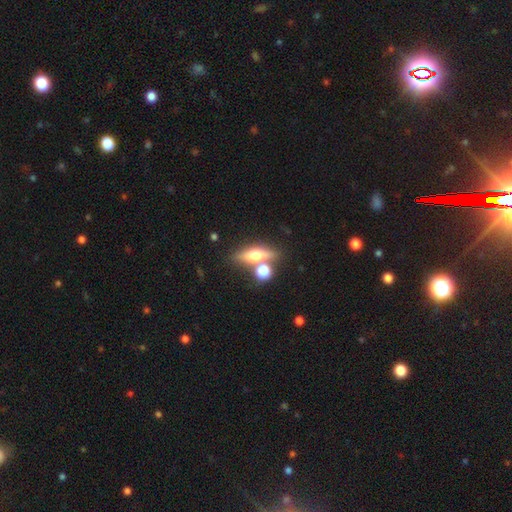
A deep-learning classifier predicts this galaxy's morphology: This appears to be a smooth galaxy with no disk features (46%). Merging: none (62%).